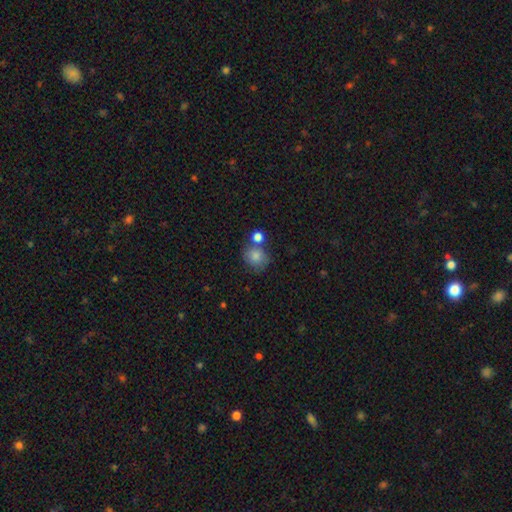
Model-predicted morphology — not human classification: Overall: smooth (83%). How rounded: round (77%). Merging: none (57%; merger 23%).